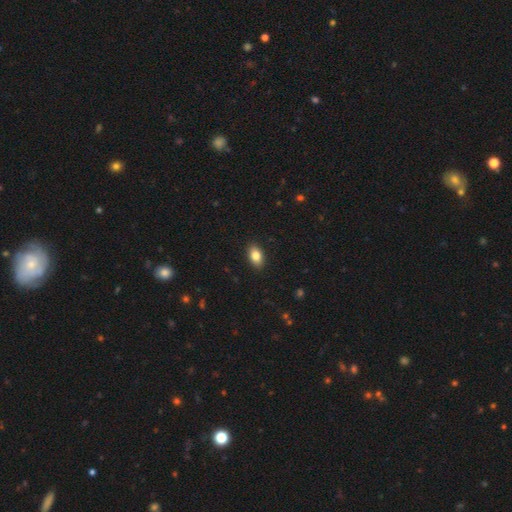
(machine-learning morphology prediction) smooth 82%, featured or disk 10%, star or artifact 8%. Down the decision tree: how rounded — in between (90%); merging — none (90%).